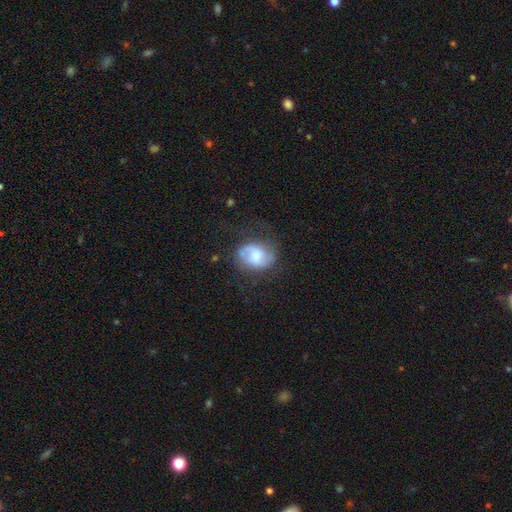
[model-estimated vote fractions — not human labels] smooth_or_featured: featured or disk (p=0.62) [alt: smooth p=0.31]
disk_edge_on: no (p=0.97) [alt: yes p=0.03]
bar: no (p=0.47) [alt: weak p=0.42]
has_spiral_arms: yes (p=0.87) [alt: no p=0.13]
spiral_winding: medium (p=0.44) [alt: loose p=0.38]
spiral_arm_count: 2 (p=0.81) [alt: can't tell p=0.10]
bulge_size: moderate (p=0.53) [alt: small p=0.36]
merging: none (p=0.63) [alt: minor disturbance p=0.22]